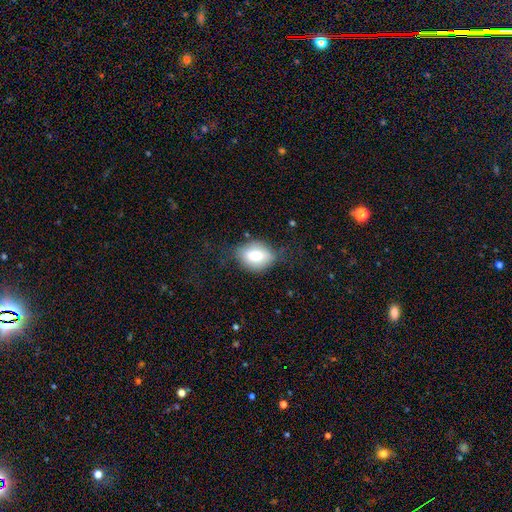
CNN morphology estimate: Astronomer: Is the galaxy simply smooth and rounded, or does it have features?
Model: smooth — 72%.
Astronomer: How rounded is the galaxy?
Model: in between — 70%.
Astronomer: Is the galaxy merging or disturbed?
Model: none — 64%.